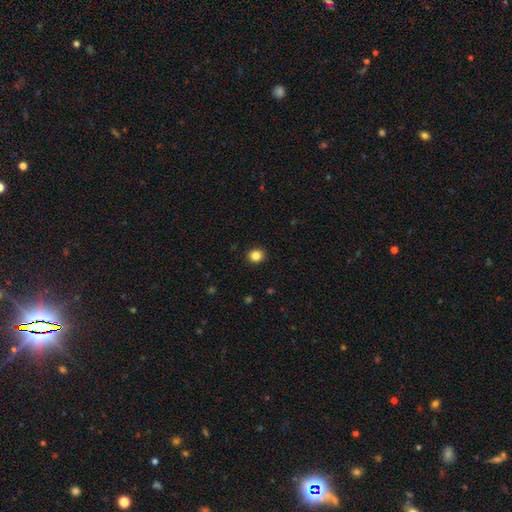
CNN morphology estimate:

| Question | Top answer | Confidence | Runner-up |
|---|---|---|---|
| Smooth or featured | smooth | 85% | star or artifact (11%) |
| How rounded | round | 83% | in between (16%) |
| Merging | none | 92% | minor disturbance (5%) |